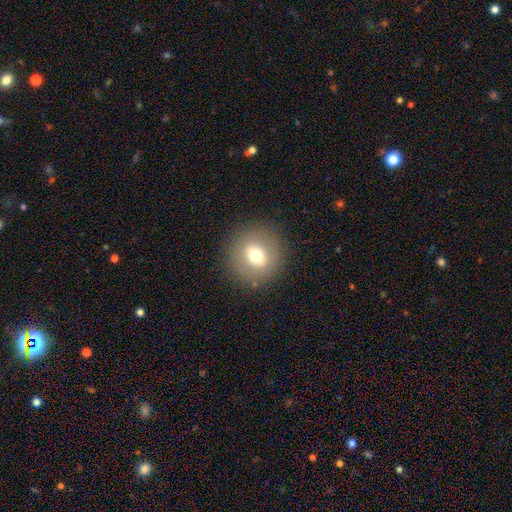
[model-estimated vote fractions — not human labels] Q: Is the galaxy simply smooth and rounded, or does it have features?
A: smooth — 65%.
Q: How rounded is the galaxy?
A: round — 89%.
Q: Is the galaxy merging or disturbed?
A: none — 87%.